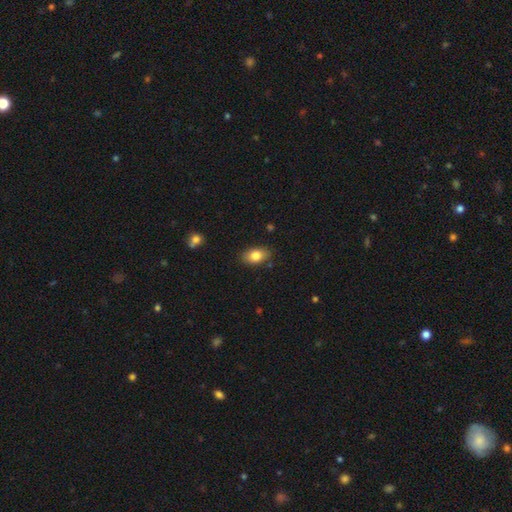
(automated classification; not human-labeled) smooth_or_featured: smooth (p=0.82) [alt: featured or disk p=0.10]
how_rounded: in between (p=0.88) [alt: round p=0.10]
merging: none (p=0.83) [alt: minor disturbance p=0.12]